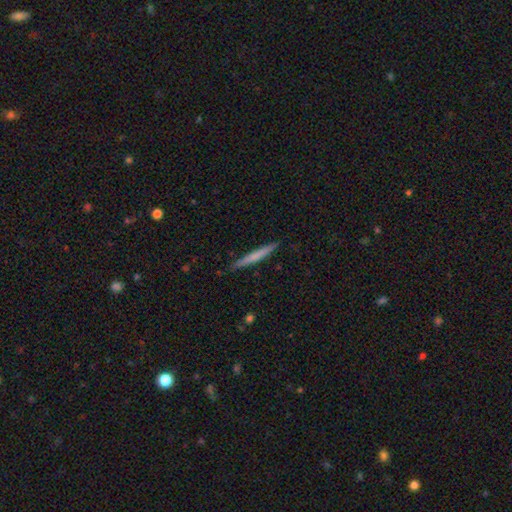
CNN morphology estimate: Smooth or featured: smooth — 62% (featured or disk — 32%)
How rounded: cigar-shaped — 97% (in between — 2%)
Merging: none — 89% (minor disturbance — 8%)